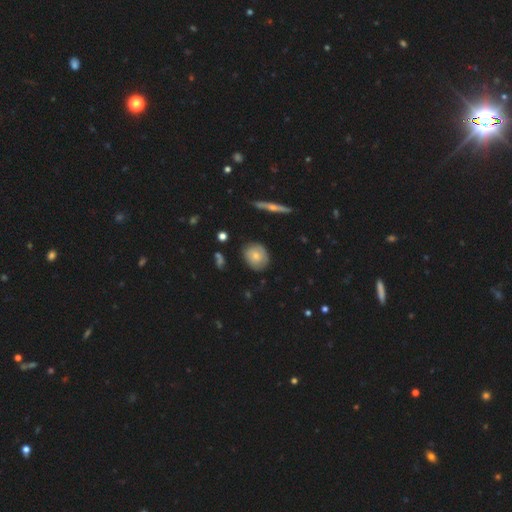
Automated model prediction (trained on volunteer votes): Smooth or featured? smooth (57%)
How rounded? round (60%)
Merging? none (75%)